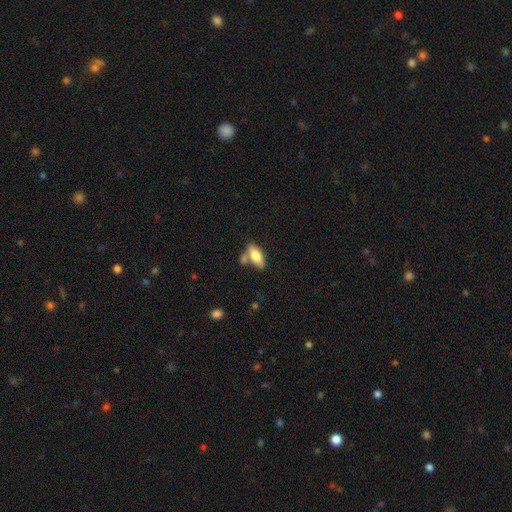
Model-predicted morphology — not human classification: This appears to be a smooth galaxy with no disk features (75%) that is in between round and cigar-shaped (81%). Merging: none (58%).